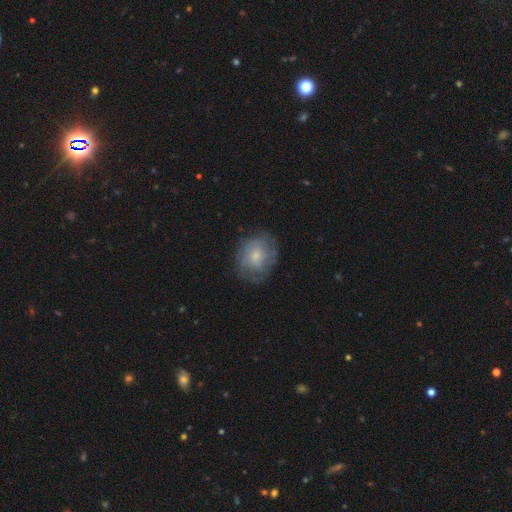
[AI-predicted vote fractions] Smooth or featured? smooth (53%)
How rounded? round (59%)
Merging? none (70%)